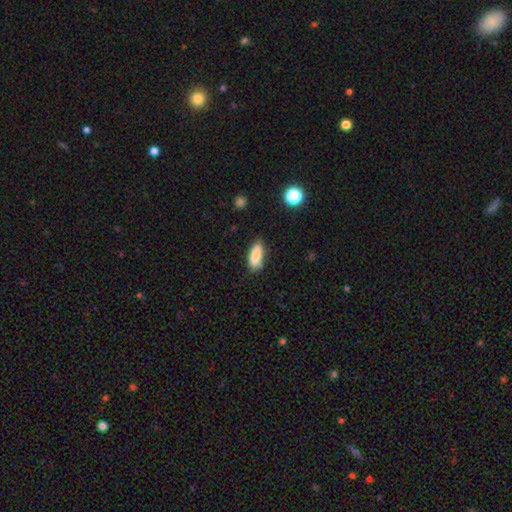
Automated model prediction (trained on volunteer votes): Overall: smooth (85%). How rounded: in between (74%). Merging: none (74%).